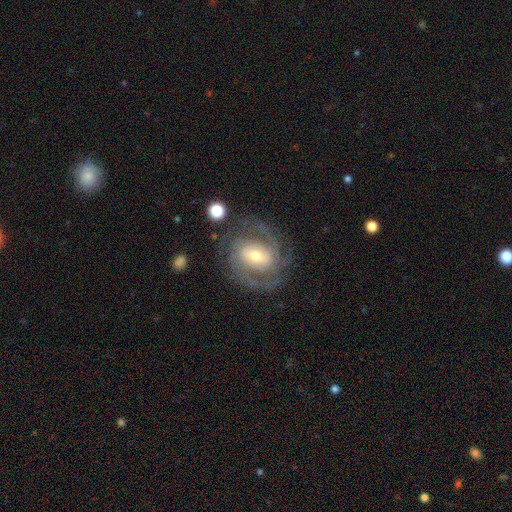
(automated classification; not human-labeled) The model was most divided on "spiral winding": tight: 48%, medium: 42%, loose: 10%. Remaining: edge-on disk — no (97%); spiral arms — yes (96%); smooth or featured — featured or disk (87%); merging — none (74%); bulge size — moderate (56%); spiral arm count — 2 (48%); bar — weak (45%).